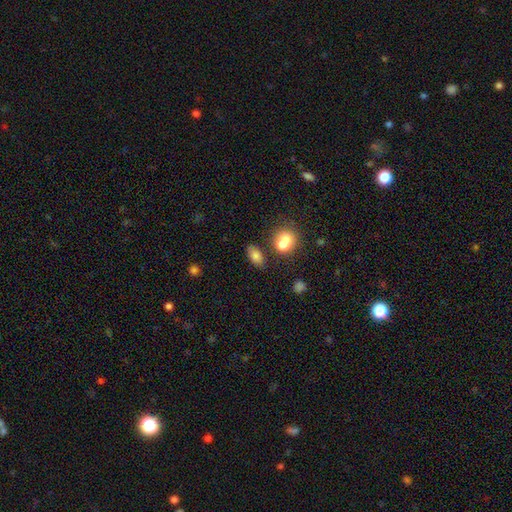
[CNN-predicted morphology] A smooth galaxy with no disk features (79%) that is in between round and cigar-shaped (85%).

Vote fractions:
- Smooth or featured? smooth: 79% / featured or disk: 11% / star or artifact: 11%
- How rounded? in between: 85% / round: 11% / cigar-shaped: 4%
- Merging? none: 73% / minor disturbance: 12% / merger: 11% / major disturbance: 3%